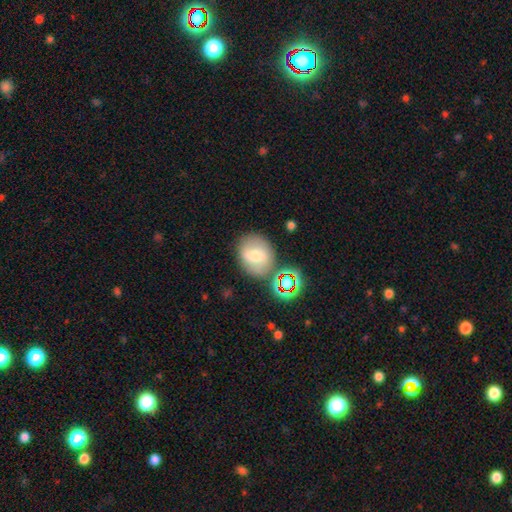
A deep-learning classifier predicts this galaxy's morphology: A smooth galaxy with no disk features (61%) that is round (64%).

Vote fractions:
- Smooth or featured? smooth: 61% / featured or disk: 26% / star or artifact: 13%
- How rounded? round: 64% / in between: 35% / cigar-shaped: 1%
- Merging? none: 74% / minor disturbance: 13% / merger: 8% / major disturbance: 5%